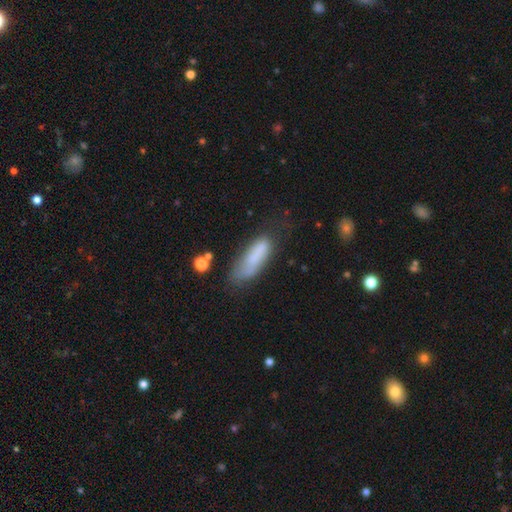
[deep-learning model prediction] Q: Smooth or featured?
A: smooth (74%); runner-up: featured or disk (17%)
Q: How rounded?
A: cigar-shaped (49%); tied with: in between (49%)
Q: Merging?
A: none (45%); runner-up: minor disturbance (31%)